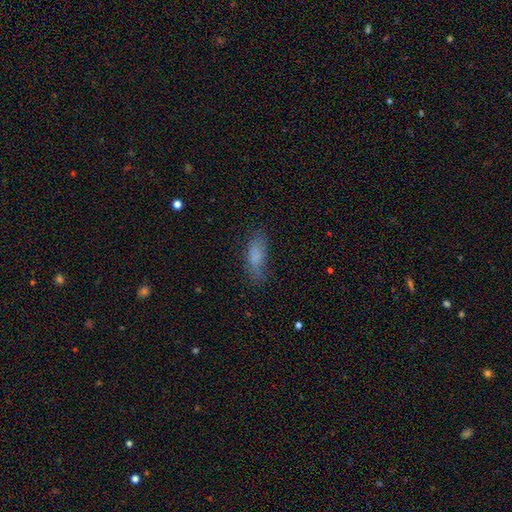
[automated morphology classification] This appears to be a smooth galaxy with no disk features (76%) that is in between round and cigar-shaped (65%). Merging: none (66%).